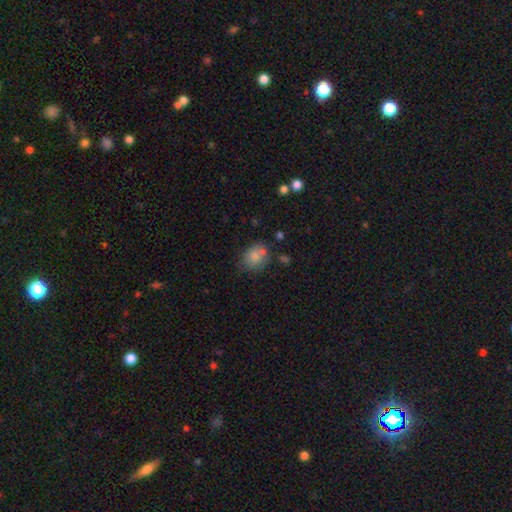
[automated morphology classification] A smooth galaxy with no disk features (79%) that is in between round and cigar-shaped (51%).

Vote fractions:
- Smooth or featured? smooth: 79% / featured or disk: 12% / star or artifact: 9%
- How rounded? in between: 51% / round: 48% / cigar-shaped: 1%
- Merging? none: 57% / minor disturbance: 20% / merger: 16% / major disturbance: 7%